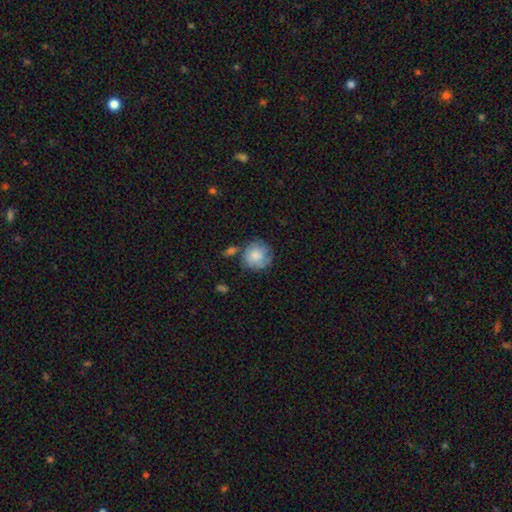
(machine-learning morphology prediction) A smooth galaxy with no disk features (72%) that is round (89%). Merging: none (62%).